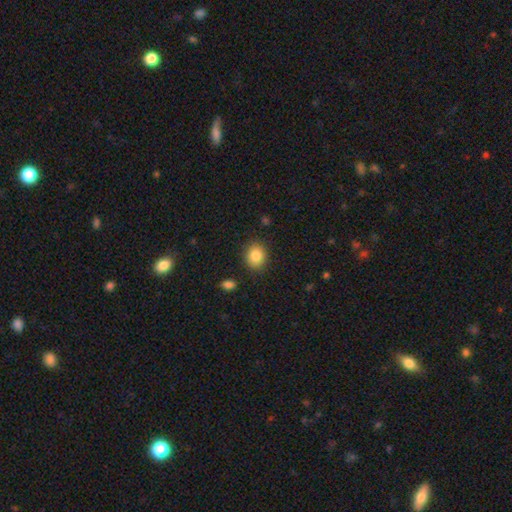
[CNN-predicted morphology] Overall: smooth (86%). How rounded: round (62%; in between 37%). Merging: none (87%).